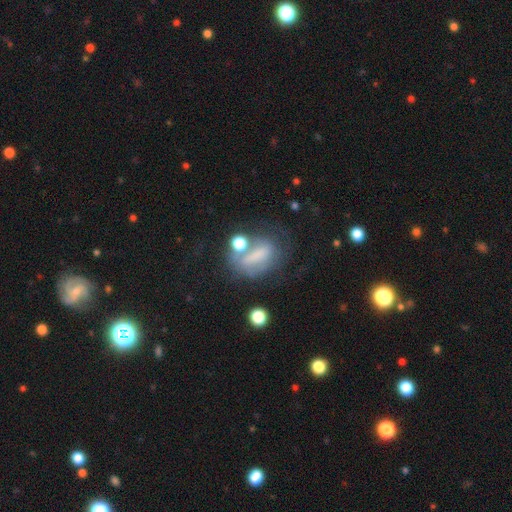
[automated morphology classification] This is possibly a smooth galaxy (50%). Merging: marginally none (38%).